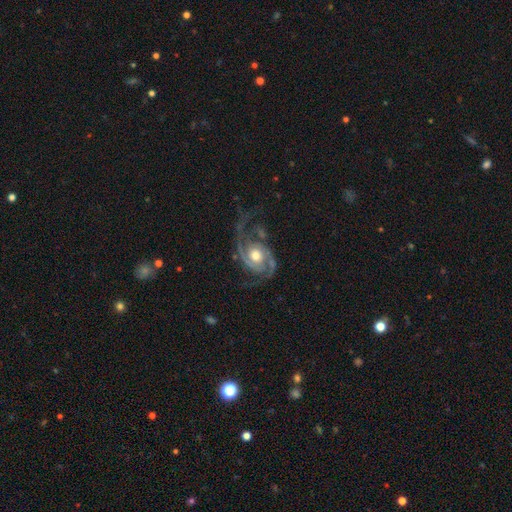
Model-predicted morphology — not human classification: Smooth or featured? featured or disk (91%)
Edge-on disk? no (98%)
Bar? no (73%)
Spiral arms? yes (97%)
Spiral winding? medium (48%)
Spiral arm count? 2 (82%)
Bulge size? moderate (73%)
Merging? none (56%)